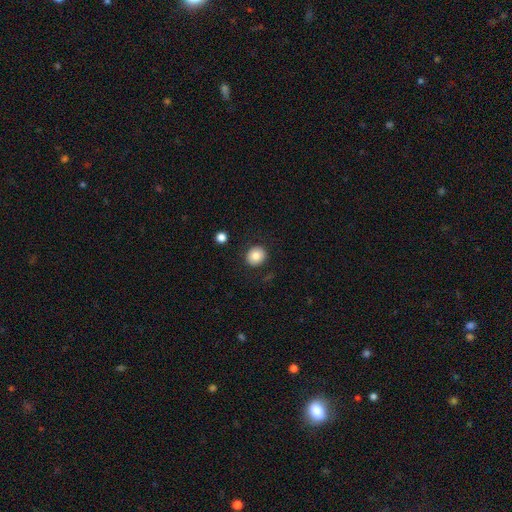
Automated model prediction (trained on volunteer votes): The model was most divided on "how rounded": round: 85%, in between: 14%, cigar-shaped: 1%. More confident: merging — none (89%); smooth or featured — smooth (84%).